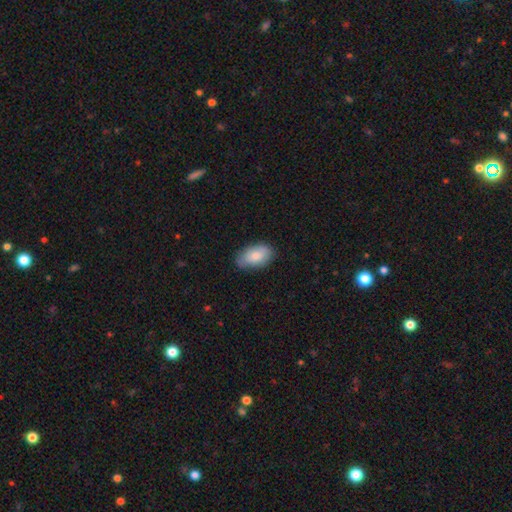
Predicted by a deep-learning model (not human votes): Smooth or featured: smooth — 82% (featured or disk — 12%)
How rounded: in between — 94% (round — 4%)
Merging: none — 75% (minor disturbance — 21%)